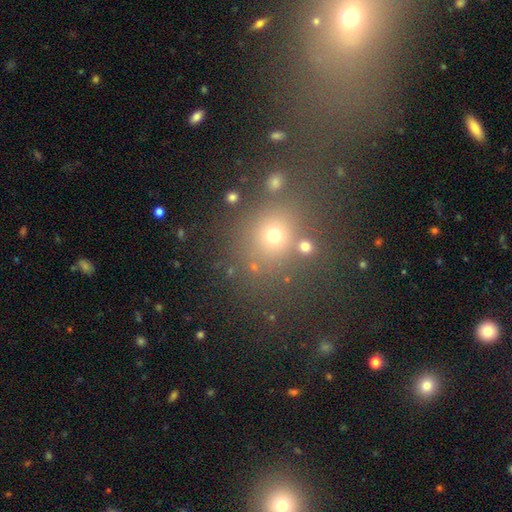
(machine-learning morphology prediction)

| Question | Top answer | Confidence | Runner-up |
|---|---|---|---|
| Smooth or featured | smooth | 50% | star or artifact (38%) |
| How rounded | round | 76% | in between (22%) |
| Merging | none | 54% | merger (28%) |